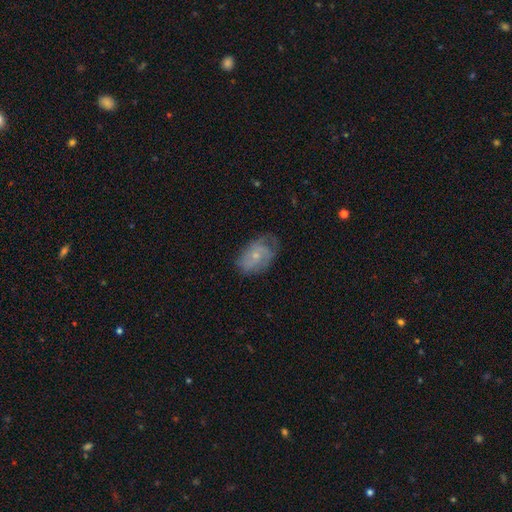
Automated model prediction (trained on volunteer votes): A featured or disk galaxy (55%) with no bar (77%), spiral arms (77%) and a small central bulge (70%).

Vote fractions:
- Smooth or featured? featured or disk: 55% / smooth: 38% / star or artifact: 8%
- Edge-on disk? no: 96% / yes: 4%
- Bar? no: 77% / weak: 20% / strong: 3%
- Spiral arms? yes: 77% / no: 23%
- Bulge size? small: 70% / moderate: 24% / none: 4% / large: 1% / dominant: 1%
- Merging? none: 54% / minor disturbance: 30% / major disturbance: 14% / merger: 1%